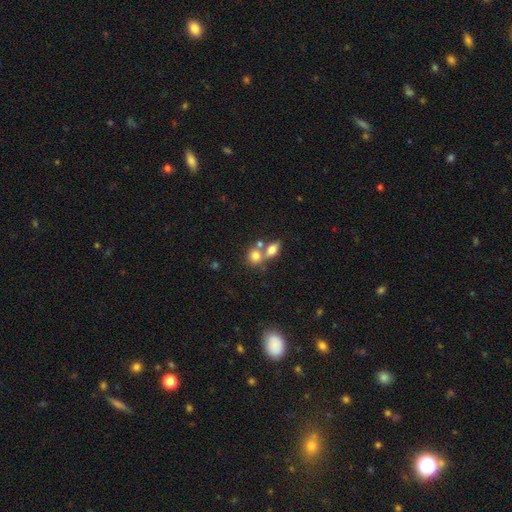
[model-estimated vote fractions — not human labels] smooth-or-featured: smooth: 75% | featured or disk: 14% | star or artifact: 11%
  how-rounded: round: 59% | in between: 39% | cigar-shaped: 2%
  merging: merger: 51% | none: 37% | minor disturbance: 8% | major disturbance: 4%